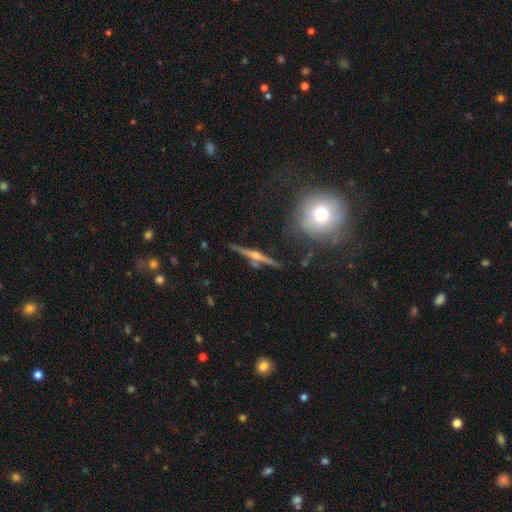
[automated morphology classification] Smooth or featured?
  - featured or disk: 74% *
  - smooth: 16%
  - star or artifact: 10%
Edge-on disk?
  - yes: 97% *
  - no: 3%
Edge-on bulge?
  - rounded: 80% *
  - none: 10%
  - boxy: 10%
Merging?
  - none: 82% *
  - minor disturbance: 10%
  - merger: 5%
  - major disturbance: 3%